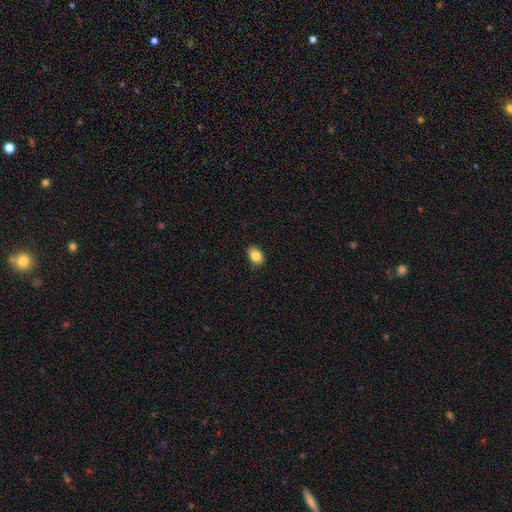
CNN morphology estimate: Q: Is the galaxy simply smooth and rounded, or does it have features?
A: smooth — 85%.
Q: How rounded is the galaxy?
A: in between — 81%.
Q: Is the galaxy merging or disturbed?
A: none — 87%.